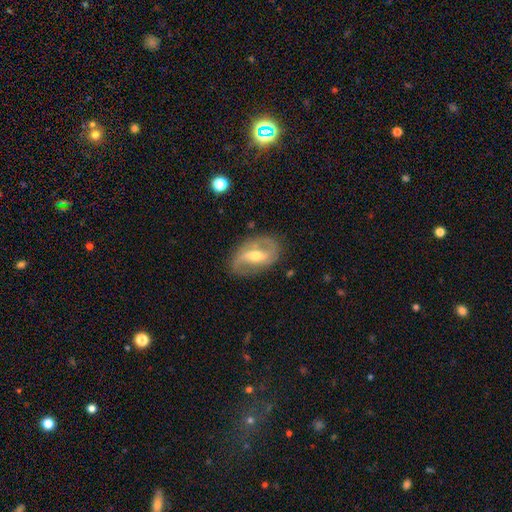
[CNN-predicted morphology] Smooth or featured? Predicted: featured or disk (p=0.81). Edge-on disk? Predicted: no (p=0.95). Bar? Predicted: strong (p=0.41). Spiral arms? Predicted: yes (p=0.87). Spiral winding? Predicted: loose (p=0.44). Spiral arm count? Predicted: 2 (p=0.88). Bulge size? Predicted: moderate (p=0.58). Merging? Predicted: none (p=0.77).